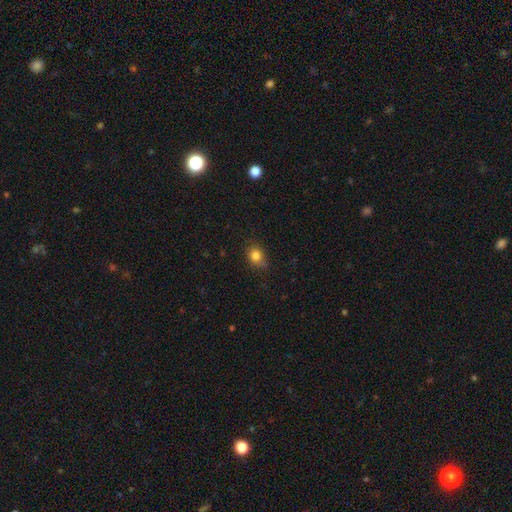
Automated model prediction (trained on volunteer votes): This is clearly a smooth galaxy (83%). How rounded: likely round (60%). Merging: likely none (77%).